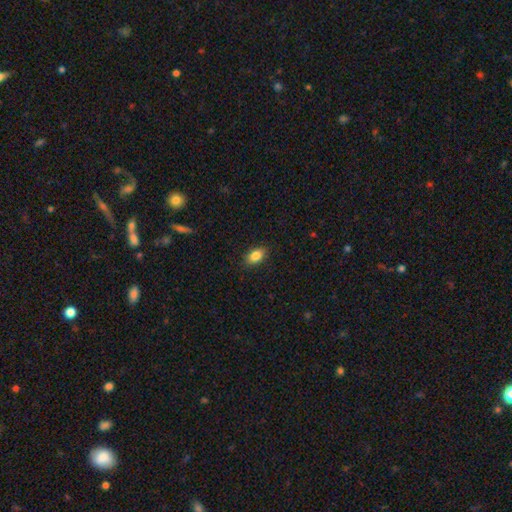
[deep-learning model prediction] Smooth or featured? smooth (86%)
How rounded? in between (88%)
Merging? none (87%)